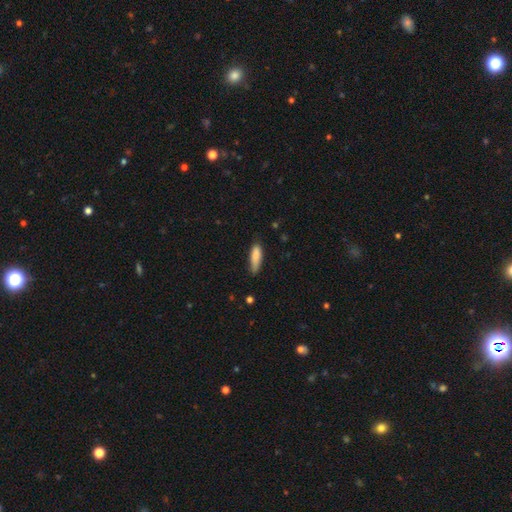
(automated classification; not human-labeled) This is clearly a smooth galaxy (86%). How rounded: possibly cigar-shaped (55%). Merging: likely none (69%).